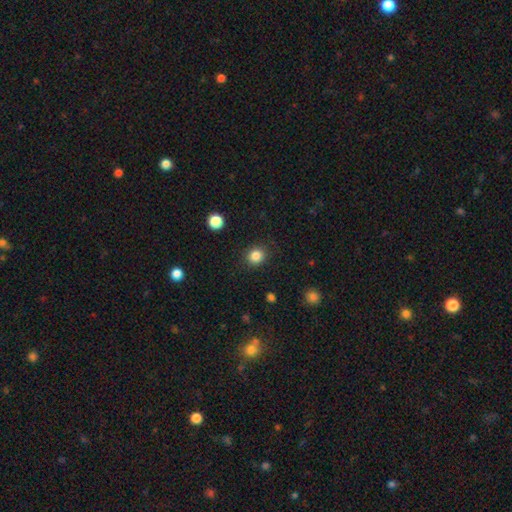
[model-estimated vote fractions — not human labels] Morphology: type=smooth (84%); roundness=round (79%); merging=none (89%).